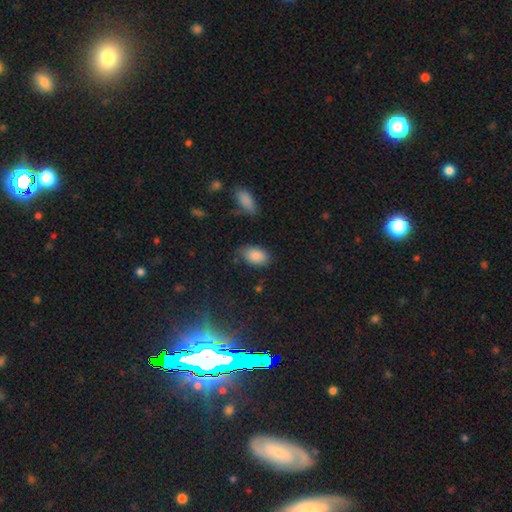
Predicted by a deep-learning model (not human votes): Smooth or featured: smooth — 86% (star or artifact — 8%)
How rounded: in between — 91% (round — 8%)
Merging: none — 68% (minor disturbance — 24%)